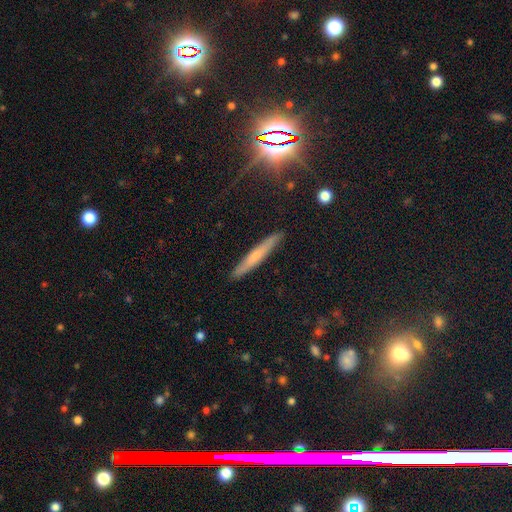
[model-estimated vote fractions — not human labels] This is possibly a smooth galaxy (55%). How rounded: clearly cigar-shaped (95%). Merging: clearly none (89%).